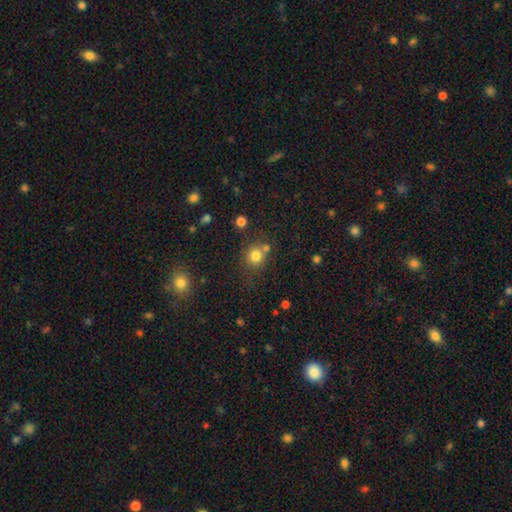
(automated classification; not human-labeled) The model was most divided on "merging": none: 65%, merger: 18%, minor disturbance: 12%, major disturbance: 5%. More confident: how rounded — round (82%); smooth or featured — smooth (79%).